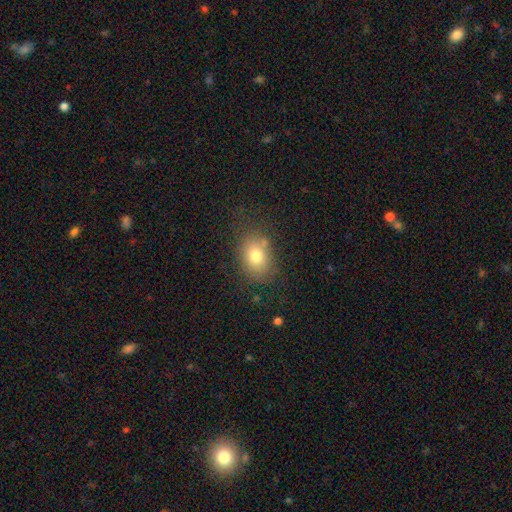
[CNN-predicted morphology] Smooth or featured?
  - smooth: 77% *
  - featured or disk: 12%
  - star or artifact: 11%
How rounded?
  - in between: 65% *
  - round: 34%
  - cigar-shaped: 1%
Merging?
  - none: 74% *
  - minor disturbance: 17%
  - major disturbance: 5%
  - merger: 4%